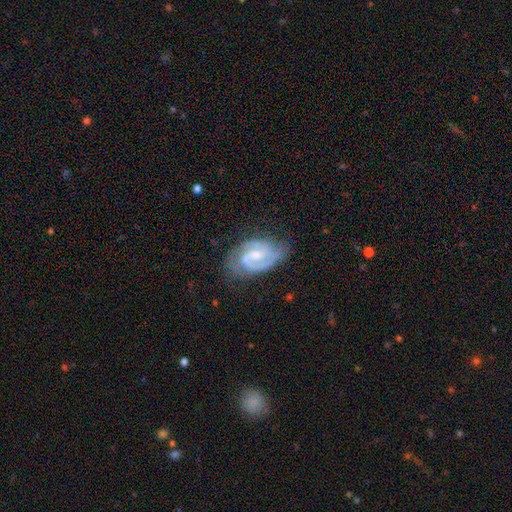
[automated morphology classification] Smooth or featured?
  - featured or disk: 87% *
  - smooth: 8%
  - star or artifact: 5%
Edge-on disk?
  - no: 97% *
  - yes: 3%
Bar?
  - weak: 54% *
  - no: 33%
  - strong: 14%
Spiral arms?
  - yes: 97% *
  - no: 3%
Spiral winding?
  - medium: 49% *
  - tight: 40%
  - loose: 11%
Spiral arm count?
  - 2: 85% *
  - can't tell: 6%
  - 3: 4%
  - 1: 3%
  - 4: 1%
  - more than 4: 1%
Bulge size?
  - small: 48% *
  - moderate: 44%
  - none: 5%
  - large: 2%
  - dominant: 1%
Merging?
  - none: 68% *
  - minor disturbance: 23%
  - major disturbance: 8%
  - merger: 1%